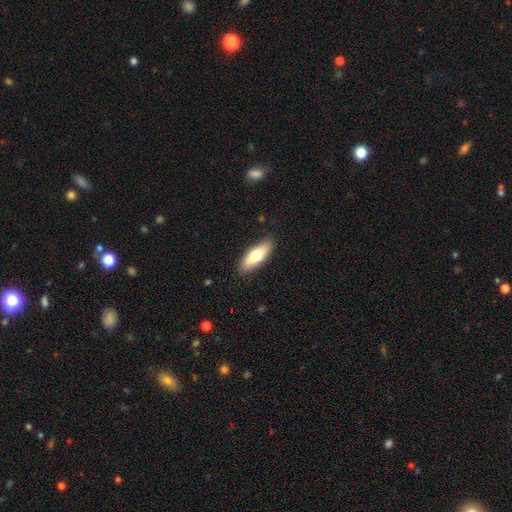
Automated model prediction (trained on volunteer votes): Morphology: type=smooth (70%); roundness=in between (63%); merging=none (88%).